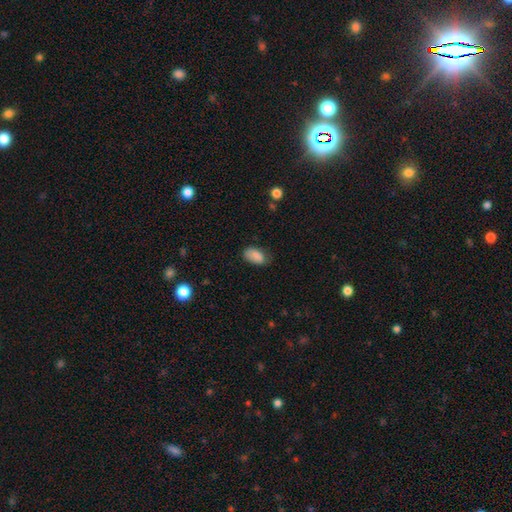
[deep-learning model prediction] This appears to be a smooth galaxy with no disk features (84%) that is in between round and cigar-shaped (93%). Merging: none (66%).